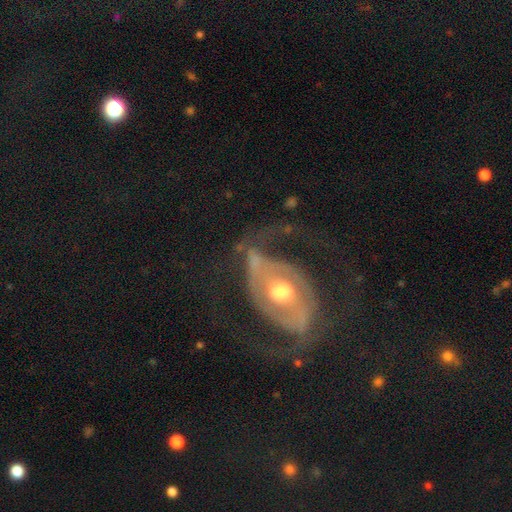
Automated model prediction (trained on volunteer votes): Overall: featured or disk (81%). Edge-on disk: no (94%). Bar: no (52%; weak 31%). Spiral arms: yes (75%). Spiral arm count: 2 (73%). Spiral winding: medium (39%, tied with loose). Bulge size: moderate (72%). Merging: none (46%; major disturbance 31%).